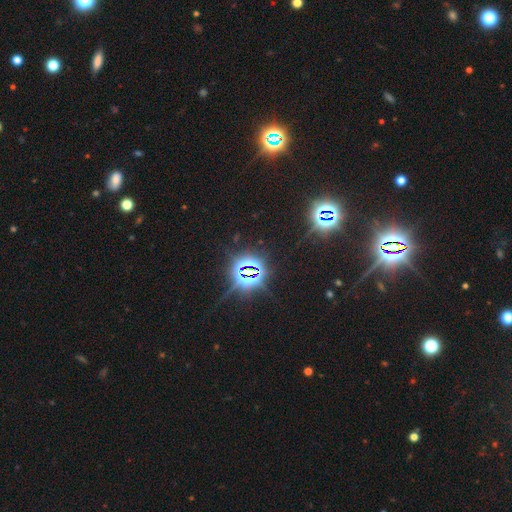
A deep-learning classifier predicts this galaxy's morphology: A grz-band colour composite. It shows a star or artifact, not a galaxy (83%).